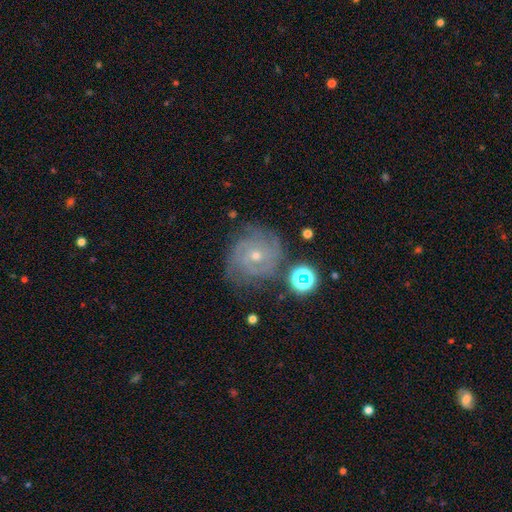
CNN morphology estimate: The model was most divided on "spiral arm count": can't tell: 33%, 3: 24%, 2: 15%, 4: 14%, more than 4: 6%, 1: 6%. More confident: edge-on disk — no (97%); spiral arms — yes (94%); smooth or featured — featured or disk (77%); merging — none (73%); bar — no (73%); spiral winding — tight (71%); bulge size — small (55%).